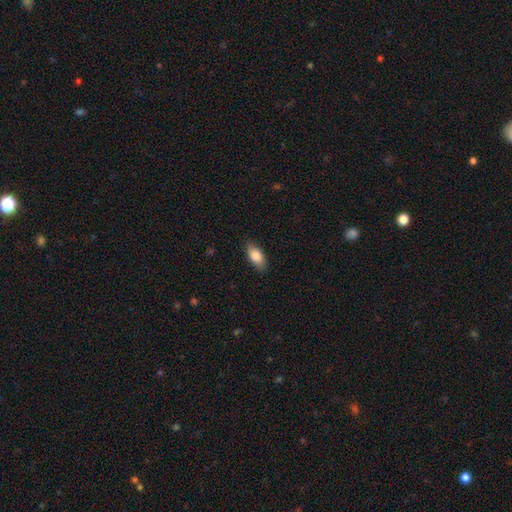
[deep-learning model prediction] Smooth or featured: smooth — 83% (featured or disk — 10%)
How rounded: in between — 88% (cigar-shaped — 9%)
Merging: none — 87% (minor disturbance — 10%)